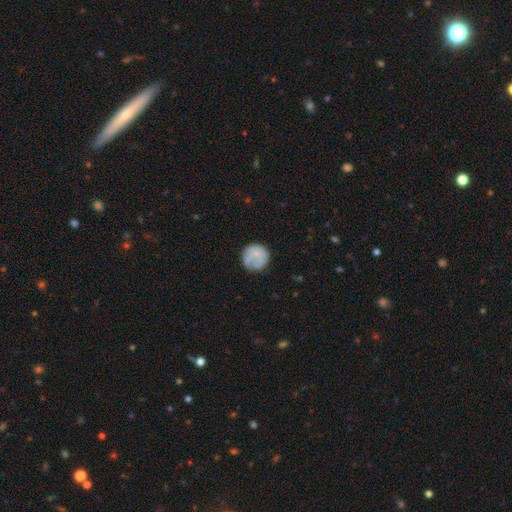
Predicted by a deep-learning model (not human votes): Smooth or featured? smooth (67%)
How rounded? round (93%)
Merging? none (73%)